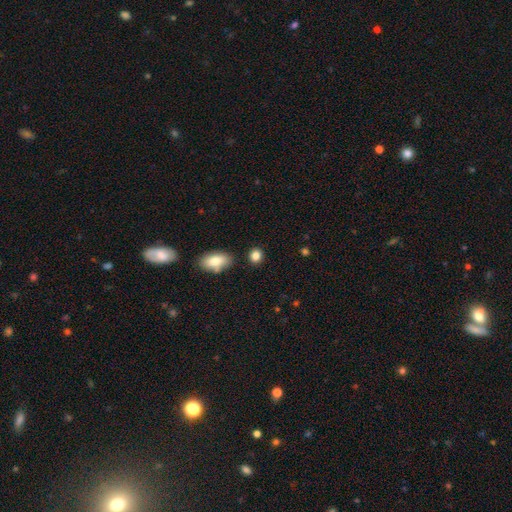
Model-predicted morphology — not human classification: This is clearly a smooth galaxy (86%). How rounded: likely round (71%). Merging: clearly none (84%).